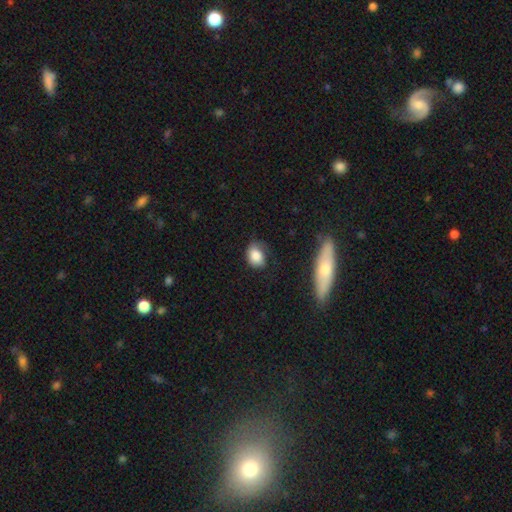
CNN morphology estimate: Q: Smooth or featured?
A: smooth (82%); runner-up: featured or disk (10%)
Q: How rounded?
A: in between (62%); runner-up: round (37%)
Q: Merging?
A: none (58%); runner-up: minor disturbance (31%)